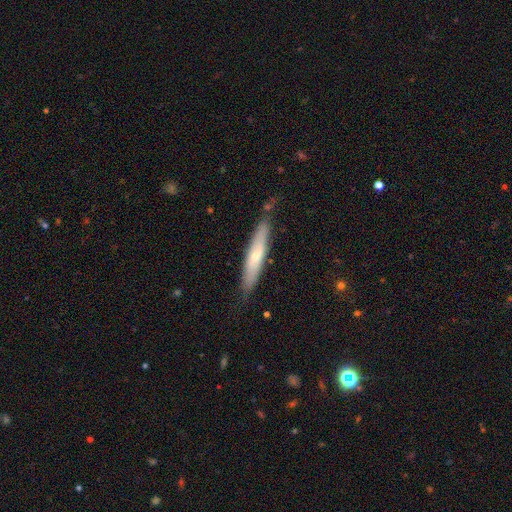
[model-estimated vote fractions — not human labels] Morphology: type=smooth (51%); roundness=cigar-shaped (88%); merging=none (80%).